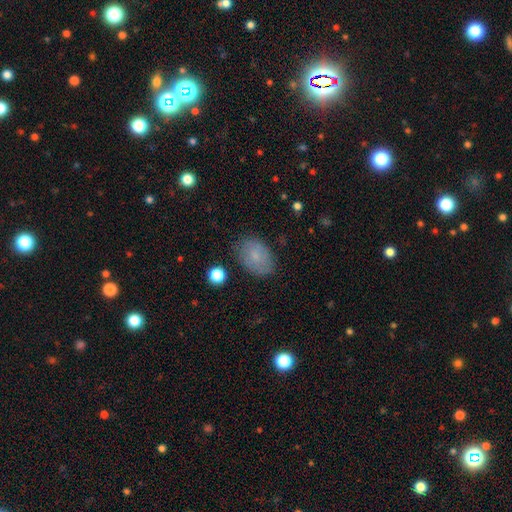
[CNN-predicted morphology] Smooth or featured? smooth (74%)
How rounded? in between (83%)
Merging? none (79%)